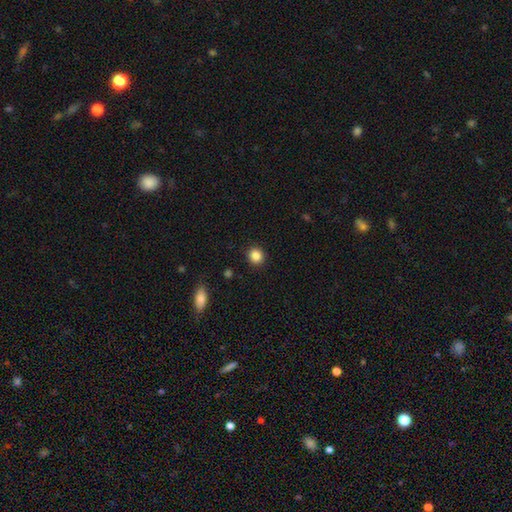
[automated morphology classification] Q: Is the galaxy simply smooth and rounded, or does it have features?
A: smooth — 87%.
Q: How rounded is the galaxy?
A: round — 86%.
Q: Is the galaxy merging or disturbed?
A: none — 91%.